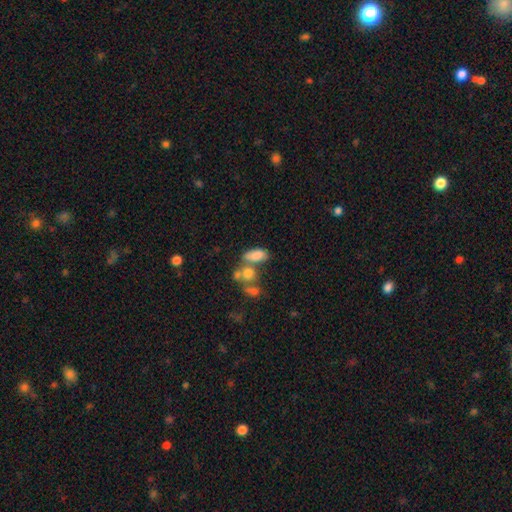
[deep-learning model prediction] This appears to be a smooth galaxy with no disk features (78%) that is in between round and cigar-shaped (86%). Merging: none (39%).